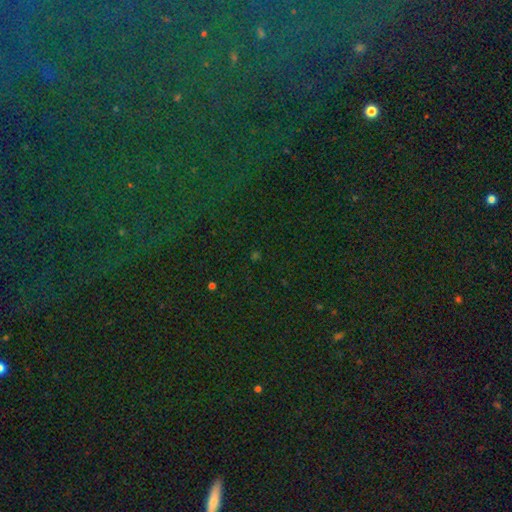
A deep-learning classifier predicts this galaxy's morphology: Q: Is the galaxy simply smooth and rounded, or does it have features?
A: star or artifact — 82%.